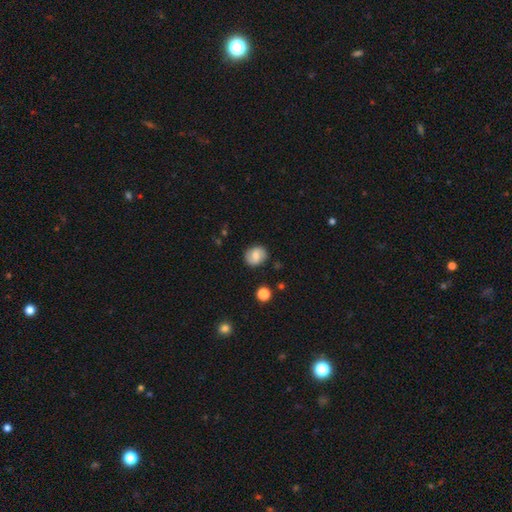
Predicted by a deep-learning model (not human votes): The model was most divided on "smooth or featured": smooth: 63%, featured or disk: 29%, star or artifact: 9%. More confident: merging — none (84%); how rounded — round (70%).